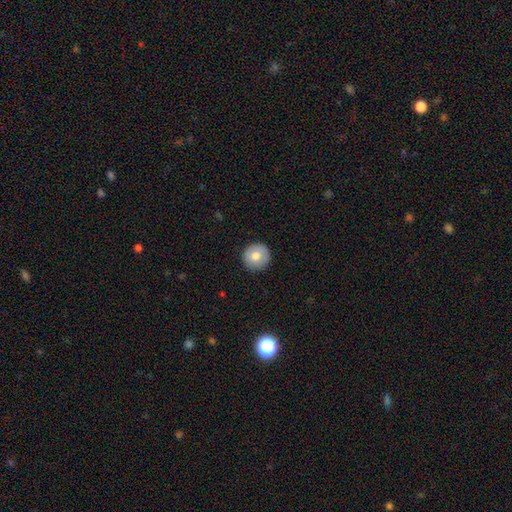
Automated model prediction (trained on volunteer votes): A smooth galaxy with no disk features (75%) that is round (95%).

Vote fractions:
- Smooth or featured? smooth: 75% / featured or disk: 18% / star or artifact: 8%
- How rounded? round: 95% / in between: 4% / cigar-shaped: 1%
- Merging? none: 90% / minor disturbance: 7% / major disturbance: 2% / merger: 1%